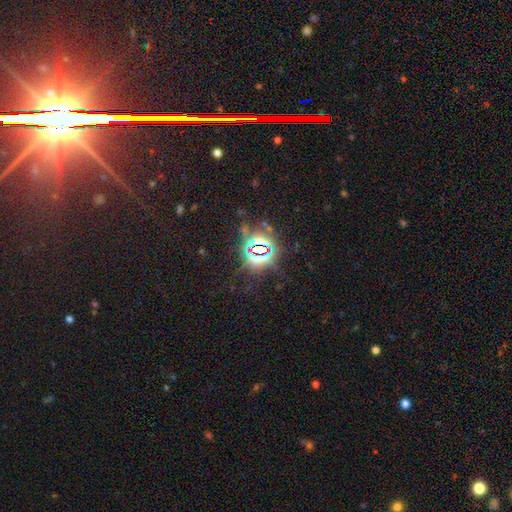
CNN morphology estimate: Smooth or featured? Predicted: star or artifact (p=0.83).